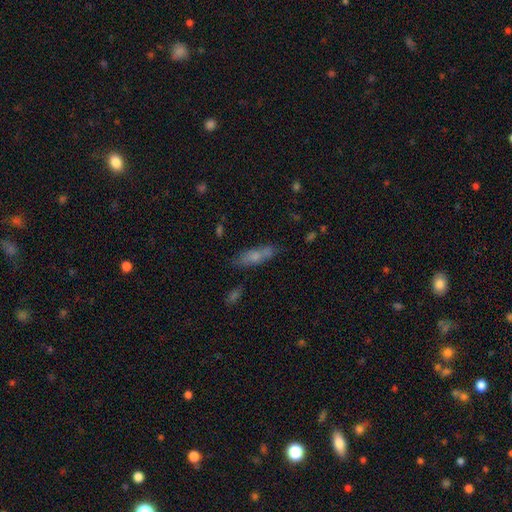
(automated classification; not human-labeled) smooth_or_featured: smooth (p=0.66) [alt: featured or disk p=0.23]
how_rounded: cigar-shaped (p=0.50) [alt: in between p=0.47]
merging: none (p=0.64) [alt: minor disturbance p=0.20]